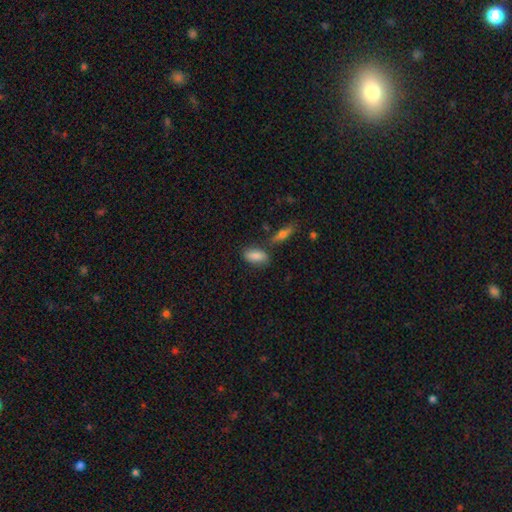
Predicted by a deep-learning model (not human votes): Smooth or featured?
  - smooth: 84% *
  - featured or disk: 9%
  - star or artifact: 7%
How rounded?
  - in between: 83% *
  - cigar-shaped: 13%
  - round: 4%
Merging?
  - none: 69% *
  - minor disturbance: 17%
  - merger: 10%
  - major disturbance: 4%